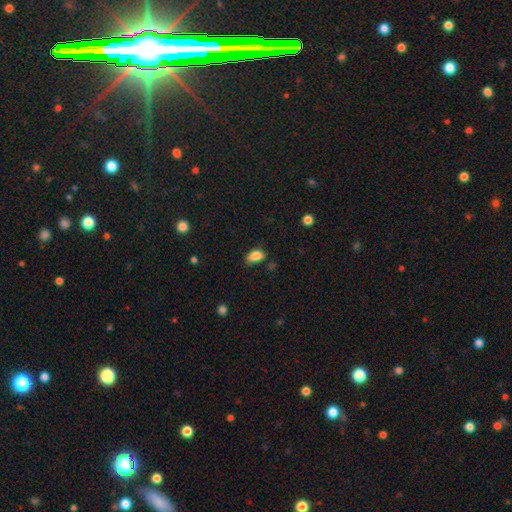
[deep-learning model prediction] The model was most divided on "merging": none: 59%, minor disturbance: 31%, major disturbance: 7%, merger: 3%. More confident: how rounded — in between (88%); smooth or featured — smooth (85%).